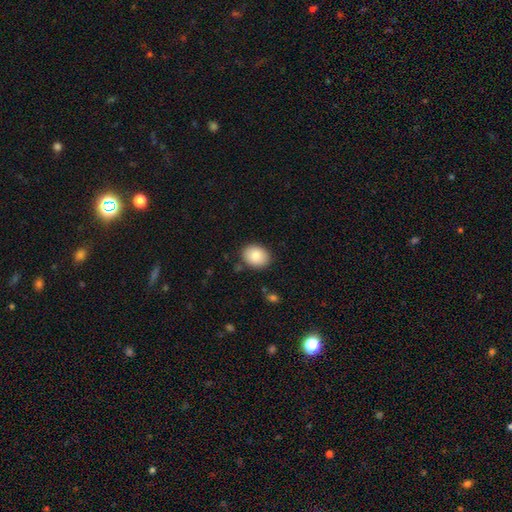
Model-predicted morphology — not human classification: smooth_or_featured: smooth (p=0.87) [alt: star or artifact p=0.07]
how_rounded: in between (p=0.59) [alt: round p=0.40]
merging: none (p=0.86) [alt: minor disturbance p=0.10]